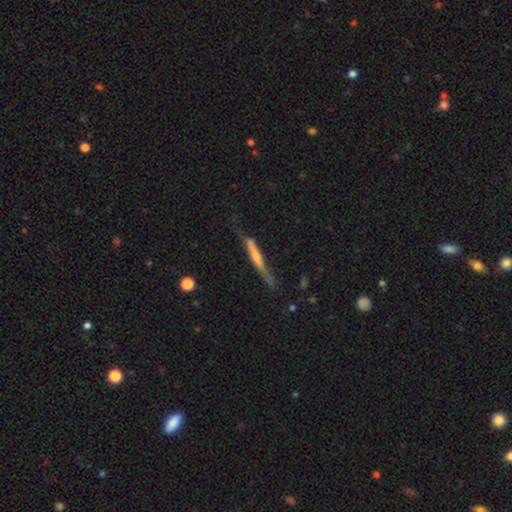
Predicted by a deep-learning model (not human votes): Smooth or featured?
  - featured or disk: 65% *
  - smooth: 27%
  - star or artifact: 8%
Edge-on disk?
  - yes: 94% *
  - no: 6%
Edge-on bulge?
  - rounded: 51% *
  - none: 39%
  - boxy: 11%
Merging?
  - none: 68% *
  - minor disturbance: 23%
  - major disturbance: 6%
  - merger: 3%